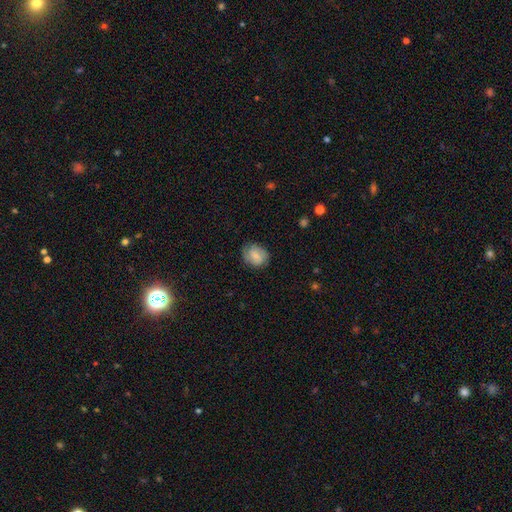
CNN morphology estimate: This appears to be a smooth galaxy with no disk features (59%) that is round (56%). Merging: none (75%).